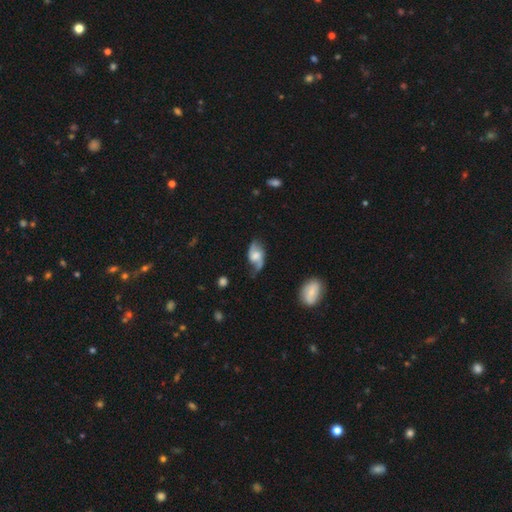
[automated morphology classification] Q: Smooth or featured?
A: featured or disk (73%); runner-up: smooth (20%)
Q: Edge-on disk?
A: no (96%); runner-up: yes (4%)
Q: Bar?
A: no (46%); runner-up: weak (42%)
Q: Spiral arms?
A: yes (92%); runner-up: no (8%)
Q: Spiral winding?
A: loose (55%); runner-up: medium (35%)
Q: Spiral arm count?
A: 2 (87%); runner-up: 1 (5%)
Q: Bulge size?
A: moderate (38%); runner-up: small (22%)
Q: Merging?
A: none (60%); runner-up: minor disturbance (25%)